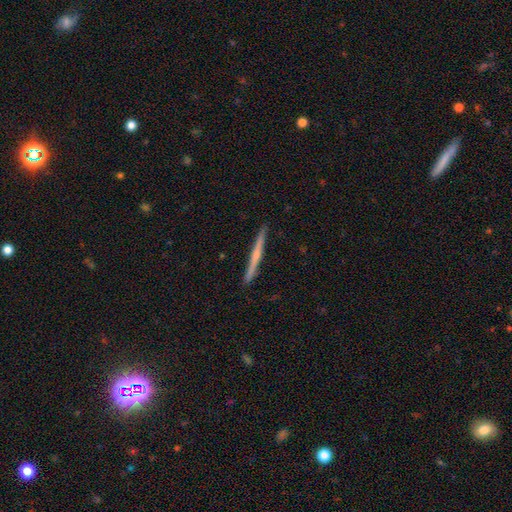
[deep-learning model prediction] A featured or disk galaxy (57%) viewed edge-on (98%) with no central bulge (53%). Merging: none (92%).